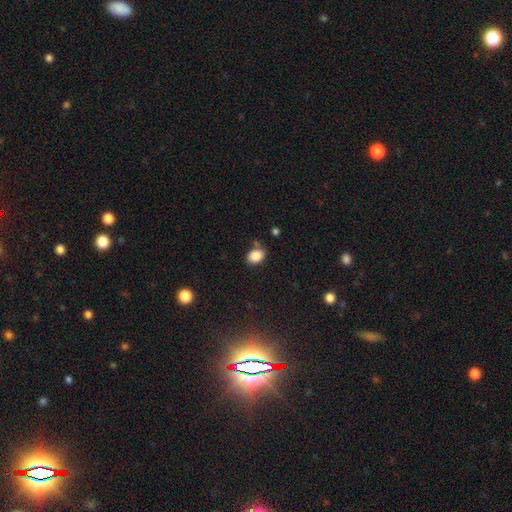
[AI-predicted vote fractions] Overall: smooth (86%). How rounded: in between (68%; round 31%). Merging: none (71%).